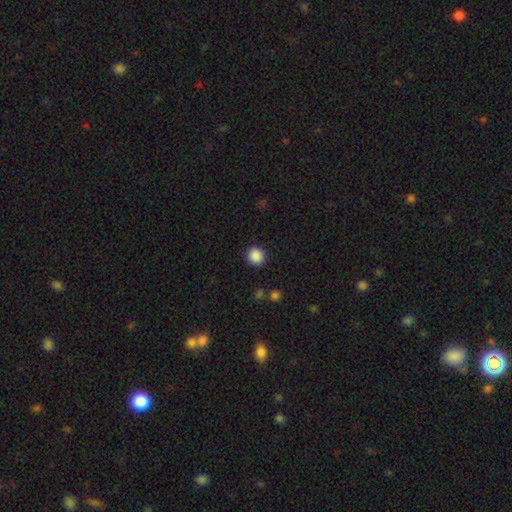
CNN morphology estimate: Smooth or featured?
  - smooth: 88% *
  - star or artifact: 10%
  - featured or disk: 2%
How rounded?
  - round: 91% *
  - in between: 8%
  - cigar-shaped: 1%
Merging?
  - none: 91% *
  - minor disturbance: 6%
  - major disturbance: 2%
  - merger: 1%